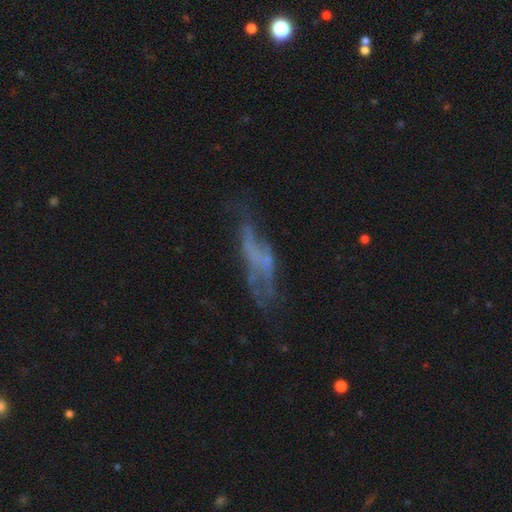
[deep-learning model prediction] smooth_or_featured: featured or disk (p=0.58) [alt: smooth p=0.26]
disk_edge_on: no (p=0.77) [alt: yes p=0.23]
merging: none (p=0.42) [alt: major disturbance p=0.29]